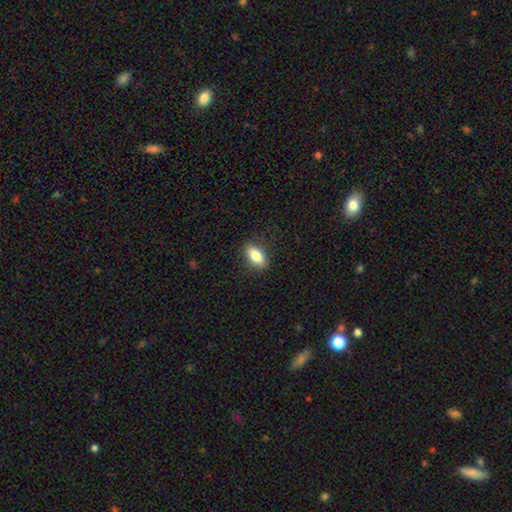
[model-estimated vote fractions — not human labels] Q: Smooth or featured?
A: smooth (79%); runner-up: featured or disk (13%)
Q: How rounded?
A: in between (83%); runner-up: cigar-shaped (12%)
Q: Merging?
A: none (86%); runner-up: minor disturbance (11%)